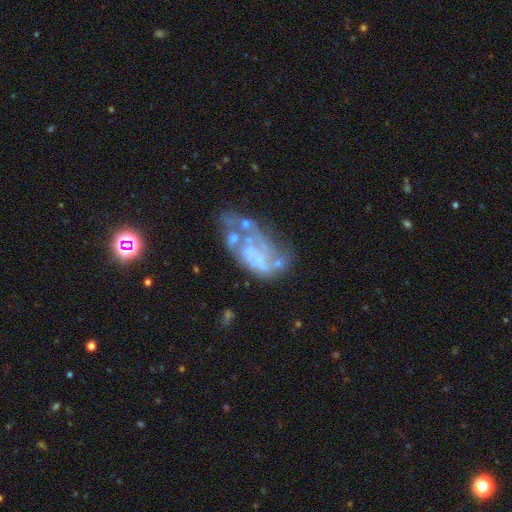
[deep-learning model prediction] smooth_or_featured: featured or disk (p=0.69) [alt: smooth p=0.19]
disk_edge_on: no (p=0.97) [alt: yes p=0.03]
bar: no (p=0.83) [alt: weak p=0.13]
has_spiral_arms: no (p=0.70) [alt: yes p=0.30]
bulge_size: none (p=0.66) [alt: small p=0.18]
merging: major disturbance (p=0.33) [alt: none p=0.29]